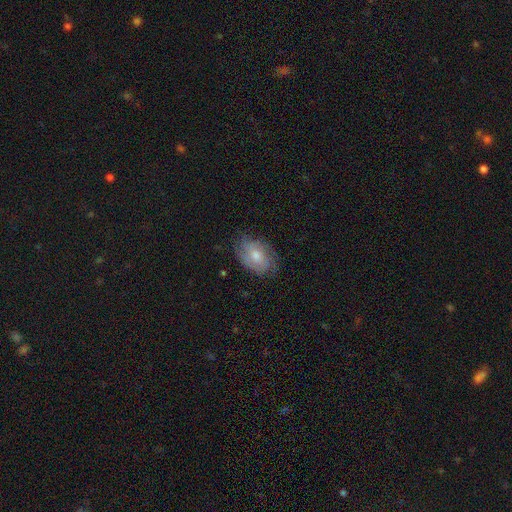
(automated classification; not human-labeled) Smooth or featured? Predicted: featured or disk (p=0.55). Edge-on disk? Predicted: no (p=0.95). Bar? Predicted: no (p=0.72). Spiral arms? Predicted: yes (p=0.80). Bulge size? Predicted: moderate (p=0.60). Merging? Predicted: none (p=0.67).